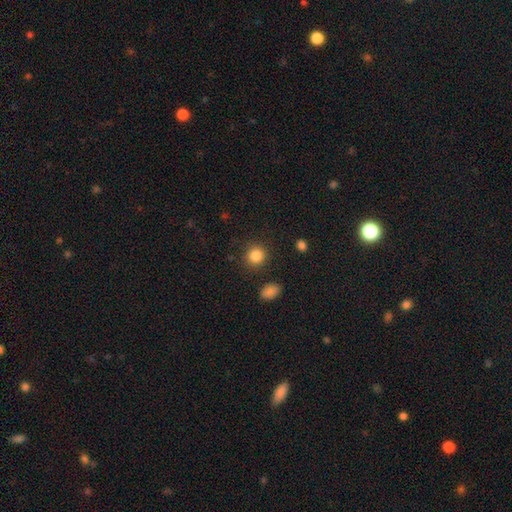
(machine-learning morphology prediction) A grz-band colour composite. It shows a smooth galaxy with no disk features (86%) that is round (88%). Merging: none (88%).